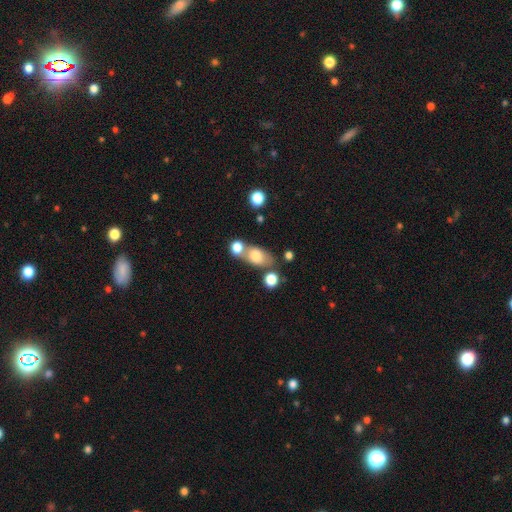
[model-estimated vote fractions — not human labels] The model was most divided on "merging": none: 44%, merger: 37%, minor disturbance: 13%, major disturbance: 6%. More confident: how rounded — in between (77%); smooth or featured — smooth (75%).